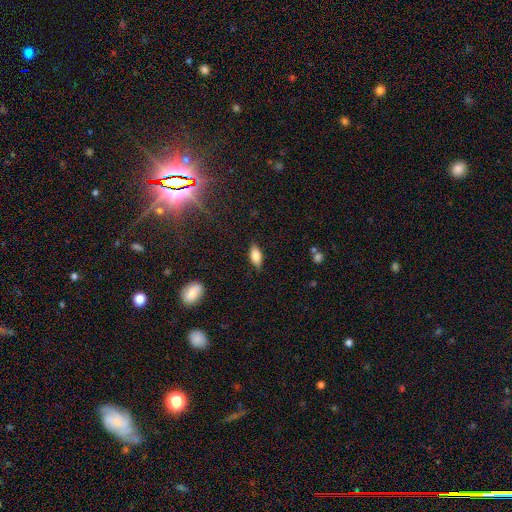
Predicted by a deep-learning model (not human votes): Smooth or featured?
  - smooth: 76% *
  - featured or disk: 16%
  - star or artifact: 8%
How rounded?
  - in between: 85% *
  - cigar-shaped: 11%
  - round: 4%
Merging?
  - none: 83% *
  - minor disturbance: 13%
  - major disturbance: 3%
  - merger: 1%